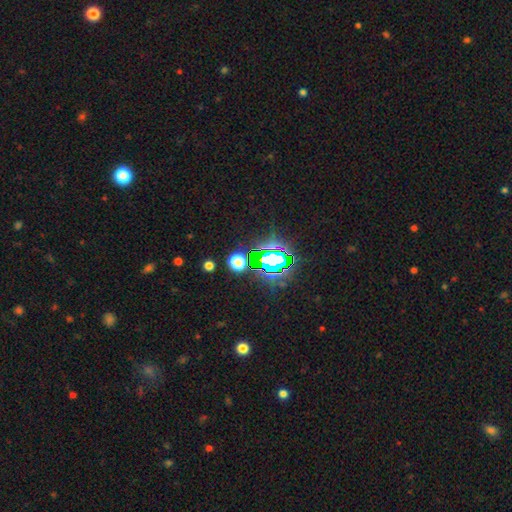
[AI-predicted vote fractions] Q: Smooth or featured?
A: star or artifact (80%); runner-up: smooth (12%)